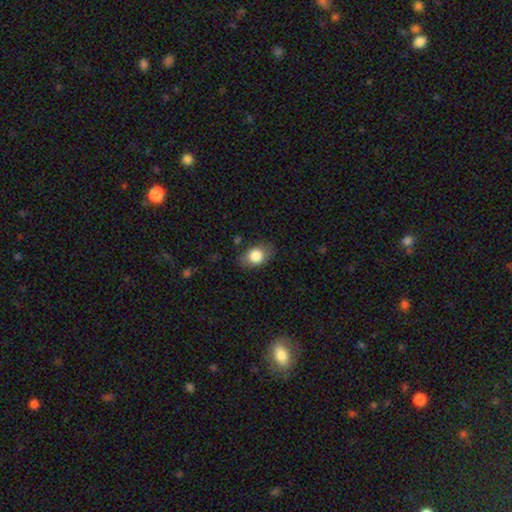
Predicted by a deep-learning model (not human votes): Overall: smooth (81%). How rounded: in between (70%). Merging: none (77%).